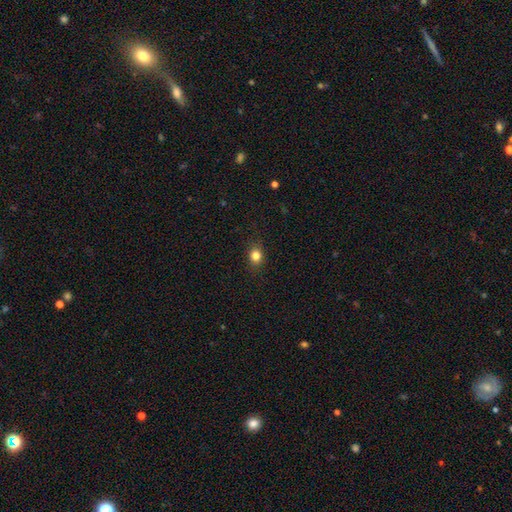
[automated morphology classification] The model was most divided on "how rounded": round: 62%, in between: 37%, cigar-shaped: 1%. More confident: merging — none (87%); smooth or featured — smooth (82%).